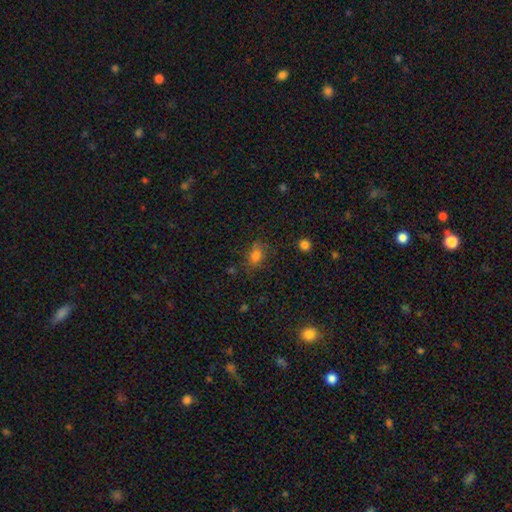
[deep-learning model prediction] A smooth galaxy with no disk features (74%) that is in between round and cigar-shaped (66%).

Vote fractions:
- Smooth or featured? smooth: 74% / star or artifact: 17% / featured or disk: 9%
- How rounded? in between: 66% / round: 31% / cigar-shaped: 2%
- Merging? none: 66% / minor disturbance: 21% / major disturbance: 9% / merger: 5%